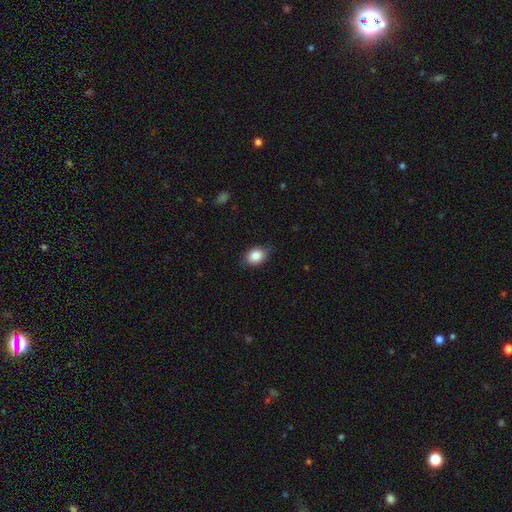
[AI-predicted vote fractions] Smooth or featured: smooth — 85% (star or artifact — 8%)
How rounded: in between — 66% (round — 33%)
Merging: none — 76% (minor disturbance — 20%)